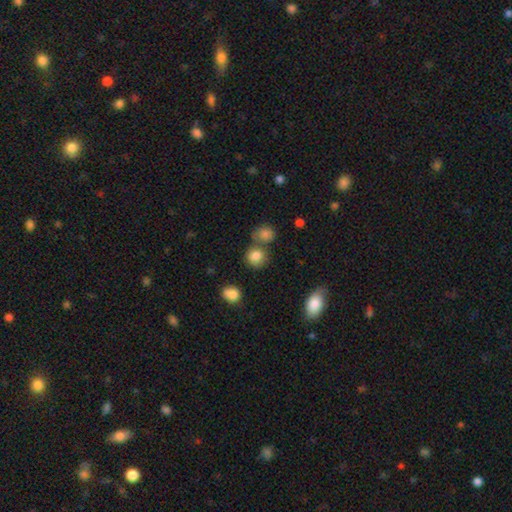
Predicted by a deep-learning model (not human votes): Smooth or featured?
  - smooth: 82% *
  - star or artifact: 12%
  - featured or disk: 7%
How rounded?
  - round: 79% *
  - in between: 20%
  - cigar-shaped: 1%
Merging?
  - none: 60% *
  - merger: 23%
  - minor disturbance: 12%
  - major disturbance: 4%